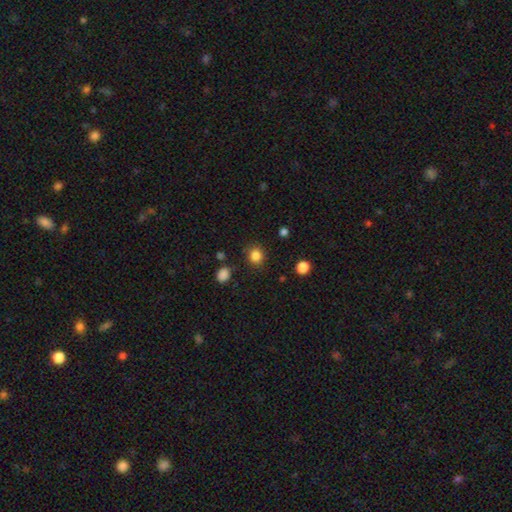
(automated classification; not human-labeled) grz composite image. It shows a smooth galaxy with no disk features (85%) that is round (83%). Merging: none (85%).